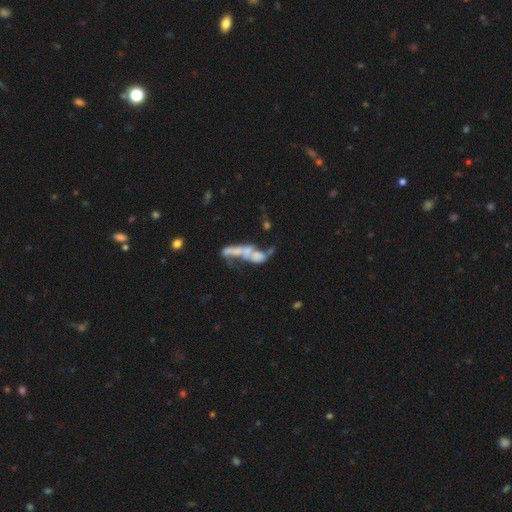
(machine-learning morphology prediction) featured or disk 49%, smooth 38%, star or artifact 13%. Down the decision tree: merging — merger (61%).